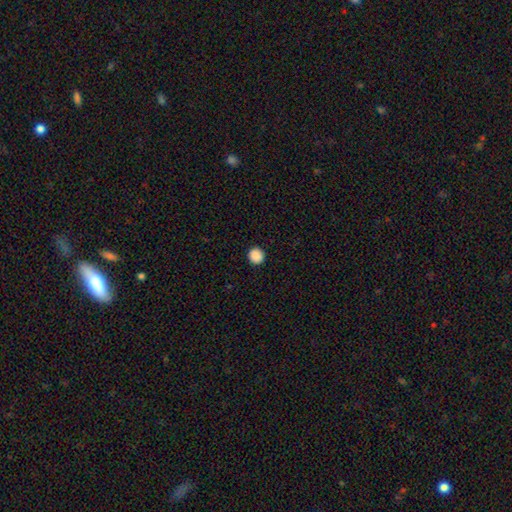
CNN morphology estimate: smooth-or-featured: smooth: 89% | star or artifact: 9% | featured or disk: 2%
  how-rounded: round: 93% | in between: 6% | cigar-shaped: 1%
  merging: none: 93% | minor disturbance: 5% | major disturbance: 2% | merger: 1%